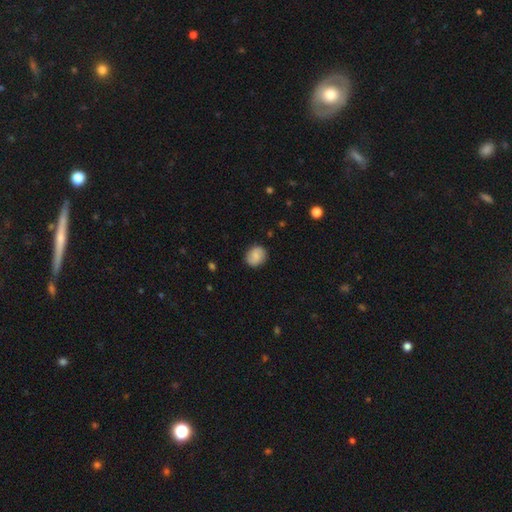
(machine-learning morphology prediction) A smooth galaxy with no disk features (75%) that is round (68%).

Vote fractions:
- Smooth or featured? smooth: 75% / featured or disk: 17% / star or artifact: 8%
- How rounded? round: 68% / in between: 31% / cigar-shaped: 1%
- Merging? none: 85% / minor disturbance: 12% / major disturbance: 3% / merger: 1%